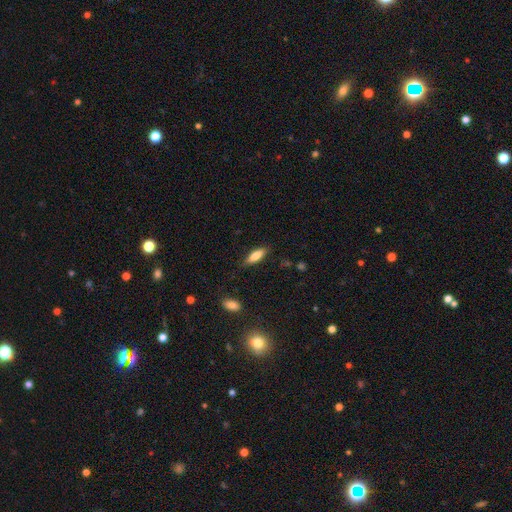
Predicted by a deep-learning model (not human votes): Smooth or featured? Predicted: smooth (p=0.82). How rounded? Predicted: in between (p=0.54). Merging? Predicted: none (p=0.83).